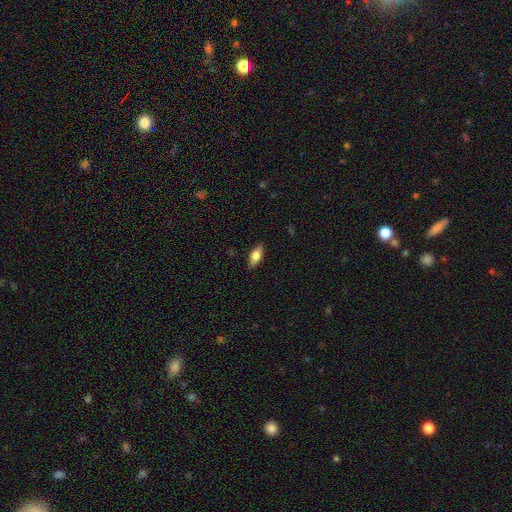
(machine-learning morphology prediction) A smooth galaxy with no disk features (69%) that is in between round and cigar-shaped (79%). Merging: none (86%).